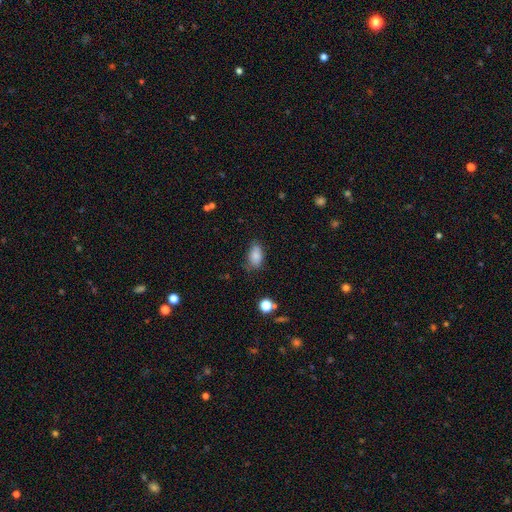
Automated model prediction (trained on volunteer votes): smooth-or-featured: smooth: 84% | star or artifact: 9% | featured or disk: 7%
  how-rounded: in between: 89% | round: 9% | cigar-shaped: 3%
  merging: none: 64% | minor disturbance: 27% | major disturbance: 7% | merger: 2%